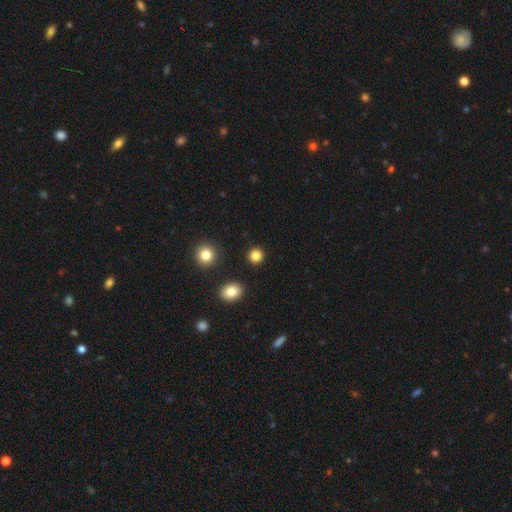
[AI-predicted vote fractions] Smooth or featured?
  - smooth: 85% *
  - star or artifact: 11%
  - featured or disk: 4%
How rounded?
  - round: 91% *
  - in between: 8%
  - cigar-shaped: 1%
Merging?
  - none: 91% *
  - minor disturbance: 5%
  - merger: 2%
  - major disturbance: 2%